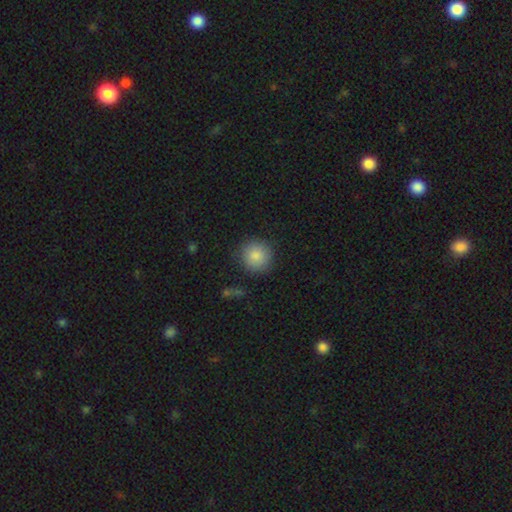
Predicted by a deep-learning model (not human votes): This appears to be a smooth galaxy with no disk features (85%) that is round (94%). Merging: none (88%).